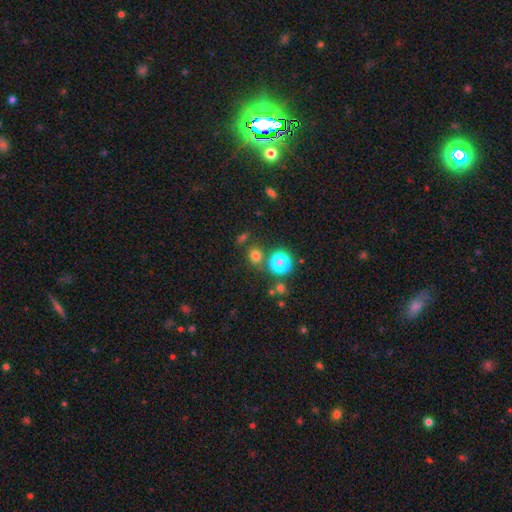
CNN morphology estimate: Overall: smooth (71%). How rounded: round (81%). Merging: none (75%).